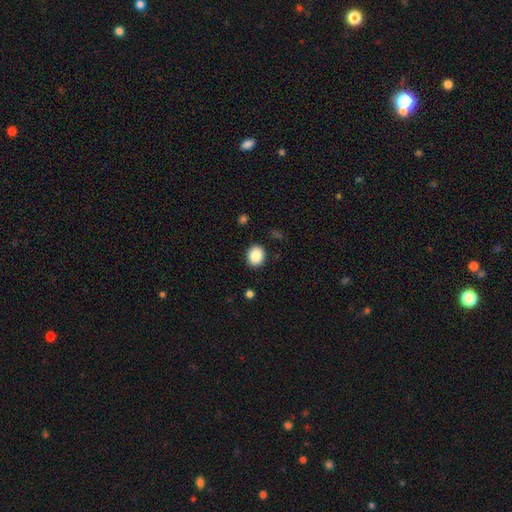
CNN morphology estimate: This is clearly a smooth galaxy (88%). How rounded: likely round (62%). Merging: clearly none (89%).